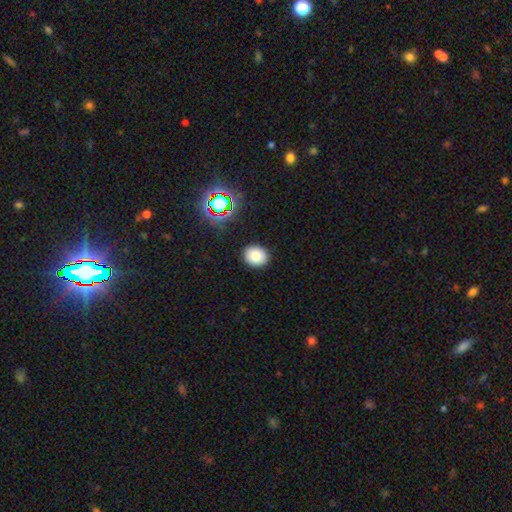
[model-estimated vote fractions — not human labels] smooth_or_featured: smooth (p=0.81) [alt: star or artifact p=0.13]
how_rounded: round (p=0.64) [alt: in between p=0.35]
merging: none (p=0.89) [alt: minor disturbance p=0.07]